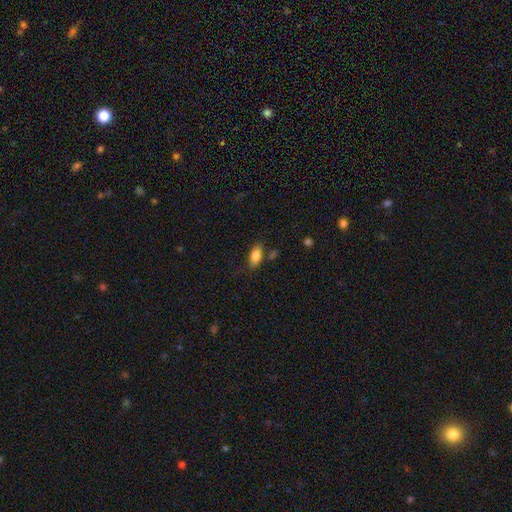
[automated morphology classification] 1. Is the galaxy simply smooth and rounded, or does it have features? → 82% smooth, 10% featured or disk, 8% star or artifact.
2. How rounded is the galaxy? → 88% in between, 7% cigar-shaped, 5% round.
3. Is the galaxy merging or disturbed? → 73% none, 16% minor disturbance, 7% merger, 4% major disturbance.